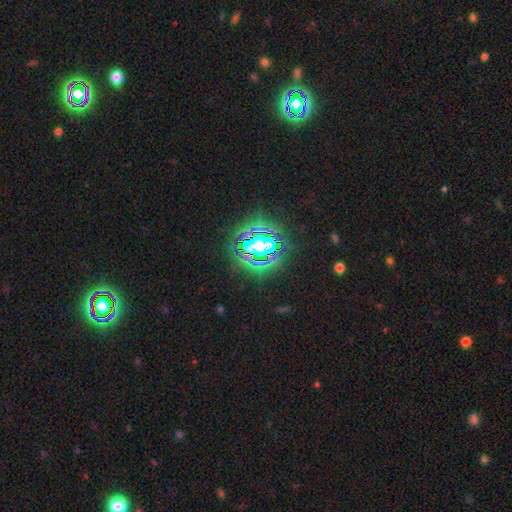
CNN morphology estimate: Overall: star or artifact (84%).